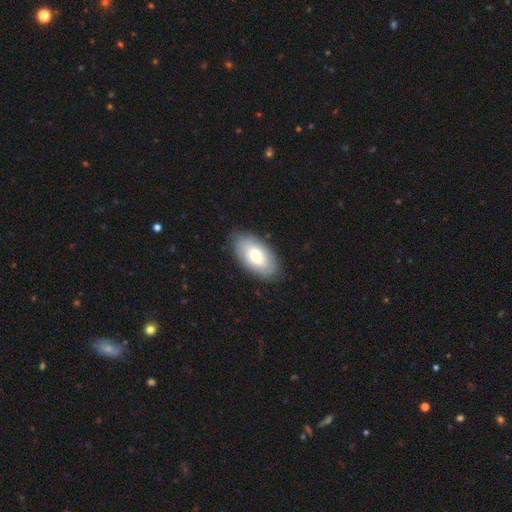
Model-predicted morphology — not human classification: smooth 65%, featured or disk 29%, star or artifact 6%. Down the decision tree: how rounded — in between (94%); merging — none (82%).